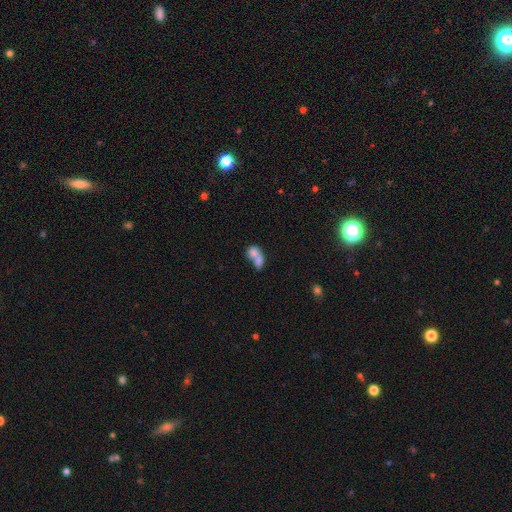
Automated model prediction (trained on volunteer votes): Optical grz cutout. It shows a smooth galaxy with no disk features (74%) that is in between round and cigar-shaped (53%). Merging: merger (73%).